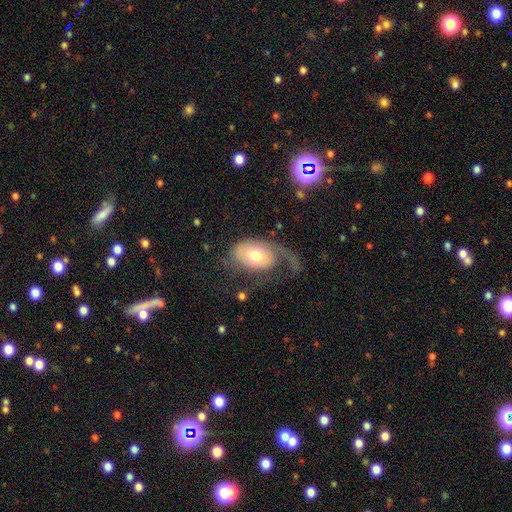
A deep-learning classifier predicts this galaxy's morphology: smooth 51%, featured or disk 43%, star or artifact 6%. Down the decision tree: how rounded — in between (87%); merging — major disturbance (49%).